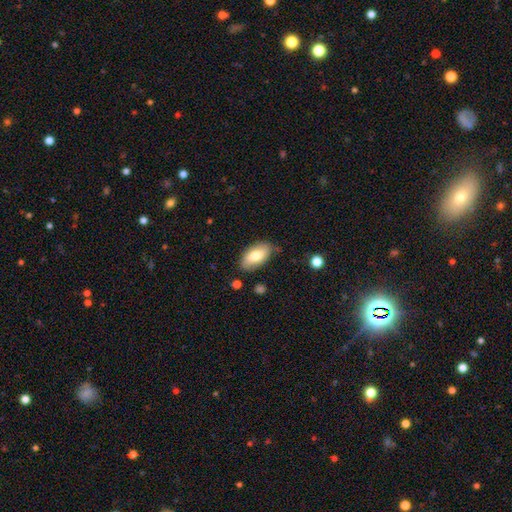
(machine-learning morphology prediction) Q: Smooth or featured?
A: smooth (74%); runner-up: featured or disk (19%)
Q: How rounded?
A: in between (93%); runner-up: round (3%)
Q: Merging?
A: none (79%); runner-up: minor disturbance (16%)